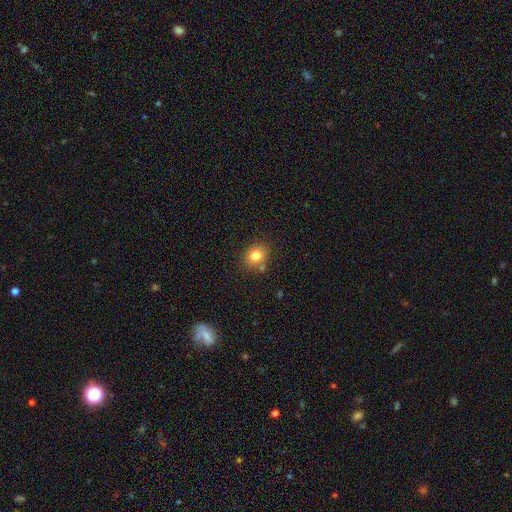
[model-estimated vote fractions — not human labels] Smooth or featured? Predicted: smooth (p=0.81). How rounded? Predicted: round (p=0.71). Merging? Predicted: none (p=0.76).